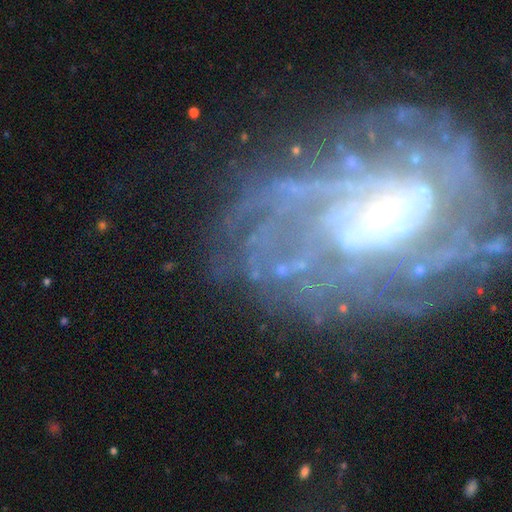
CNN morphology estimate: A featured or disk galaxy (82%) with no bar (45%), tight (55%) spiral arms (85%) and a small central bulge (63%).

Vote fractions:
- Smooth or featured? featured or disk: 82% / star or artifact: 10% / smooth: 7%
- Edge-on disk? no: 96% / yes: 4%
- Bar? no: 45% / weak: 36% / strong: 20%
- Spiral arms? yes: 85% / no: 15%
- Spiral winding? tight: 55% / medium: 31% / loose: 14%
- Spiral arm count? can't tell: 43% / 2: 16% / 3: 11% / 4: 11% / more than 4: 11% / 1: 8%
- Bulge size? small: 63% / moderate: 17% / none: 14% / large: 4% / dominant: 2%
- Merging? none: 64% / minor disturbance: 17% / major disturbance: 16% / merger: 3%